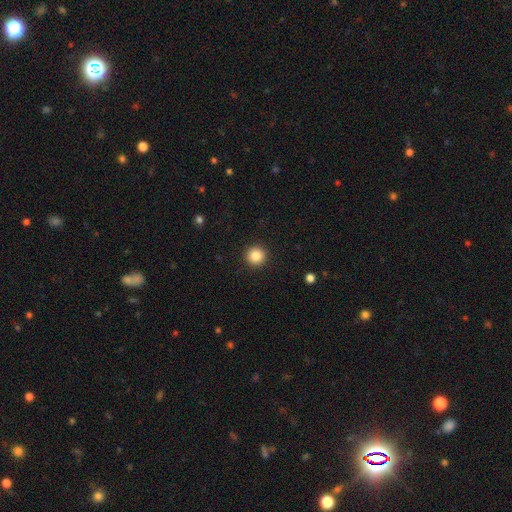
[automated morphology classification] smooth-or-featured: smooth: 85% | star or artifact: 10% | featured or disk: 5%
  how-rounded: round: 95% | in between: 4% | cigar-shaped: 1%
  merging: none: 93% | minor disturbance: 5% | major disturbance: 2% | merger: 1%